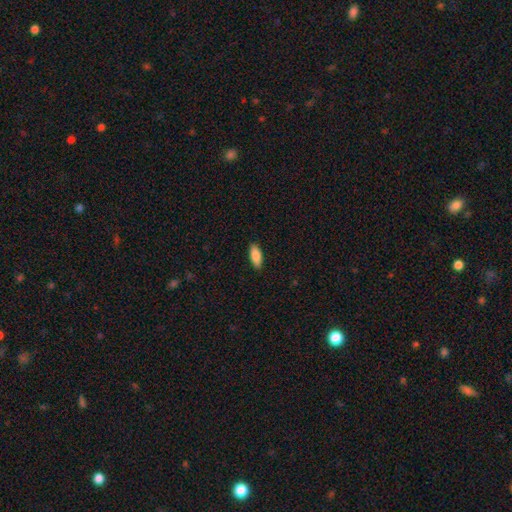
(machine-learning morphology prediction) type=smooth (88%); roundness=in between (82%); merging=none (89%).